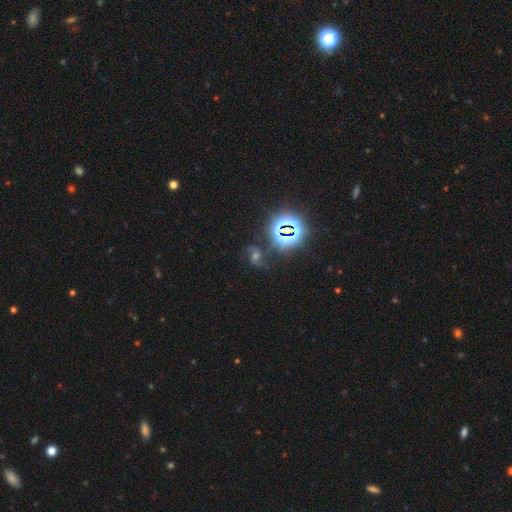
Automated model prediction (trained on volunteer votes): A star or artifact, not a galaxy (42%).